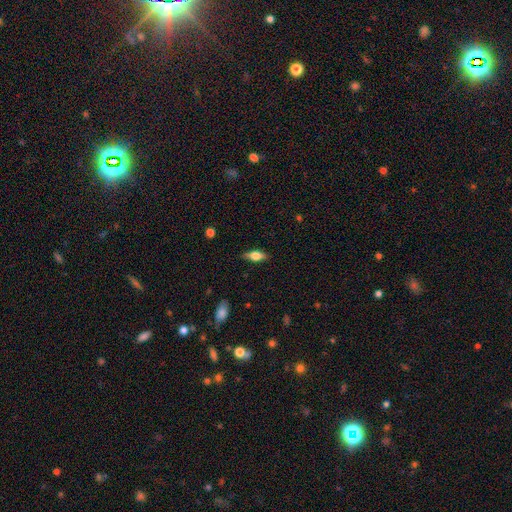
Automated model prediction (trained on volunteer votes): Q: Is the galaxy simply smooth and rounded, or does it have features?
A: smooth — 53%.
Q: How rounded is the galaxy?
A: in between — 69%.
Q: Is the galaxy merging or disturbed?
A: none — 82%.